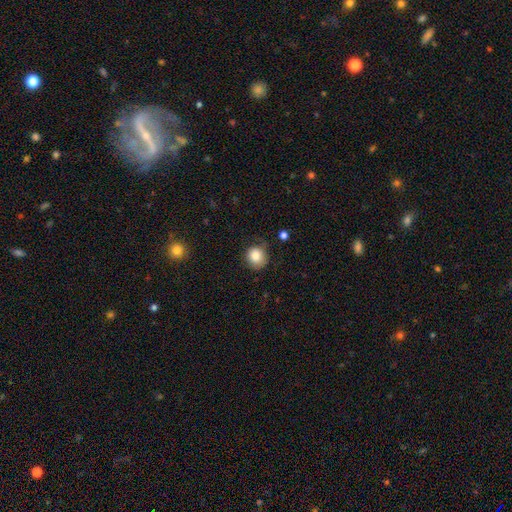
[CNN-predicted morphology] Smooth or featured: smooth — 85% (star or artifact — 9%)
How rounded: round — 87% (in between — 12%)
Merging: none — 72% (minor disturbance — 21%)